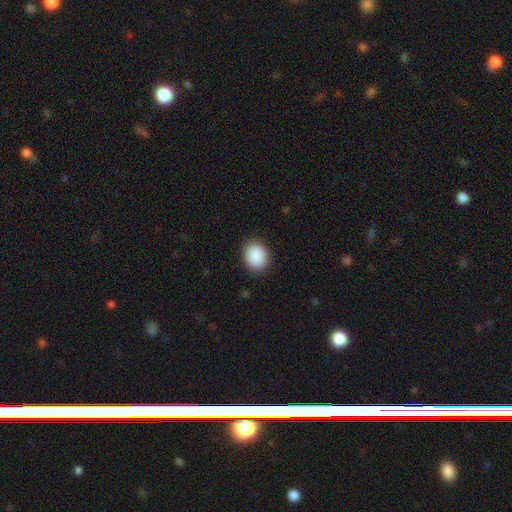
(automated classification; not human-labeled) Overall: smooth (90%). How rounded: round (60%; in between 39%). Merging: none (89%).